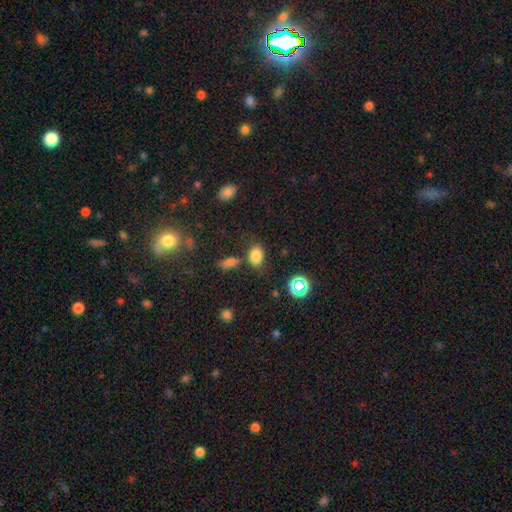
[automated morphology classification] A smooth galaxy with no disk features (79%) that is in between round and cigar-shaped (70%). Merging: none (71%).